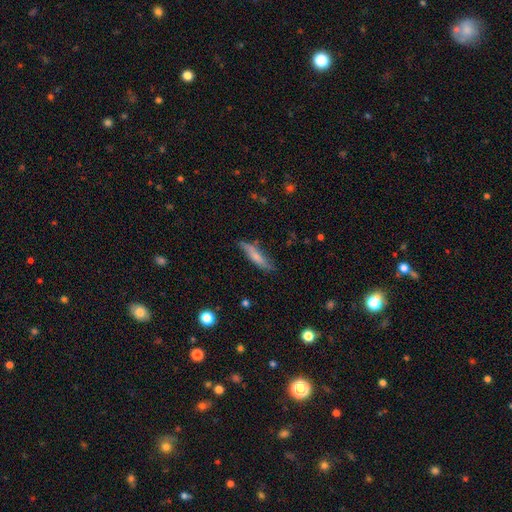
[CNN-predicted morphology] Smooth or featured?
  - smooth: 69% *
  - featured or disk: 24%
  - star or artifact: 7%
How rounded?
  - cigar-shaped: 82% *
  - in between: 17%
  - round: 2%
Merging?
  - none: 67% *
  - minor disturbance: 25%
  - major disturbance: 5%
  - merger: 3%